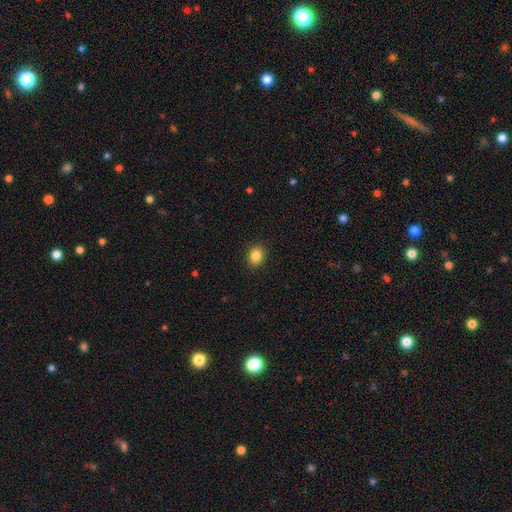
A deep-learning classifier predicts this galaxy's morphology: smooth-or-featured: smooth: 85% | star or artifact: 10% | featured or disk: 5%
  how-rounded: round: 58% | in between: 41% | cigar-shaped: 1%
  merging: none: 91% | minor disturbance: 6% | major disturbance: 2% | merger: 1%